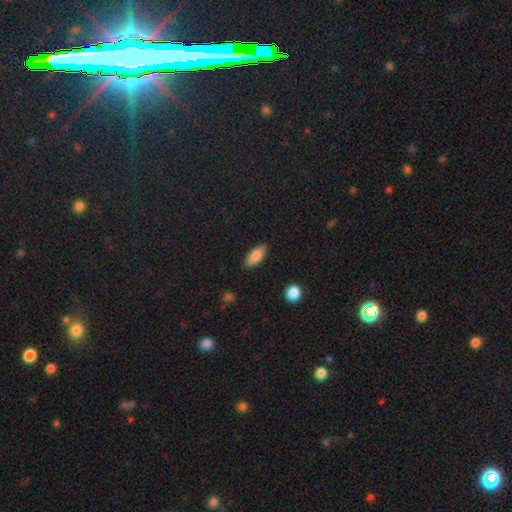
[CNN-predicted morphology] Smooth or featured: smooth — 83% (featured or disk — 11%)
How rounded: in between — 78% (cigar-shaped — 20%)
Merging: none — 86% (minor disturbance — 10%)